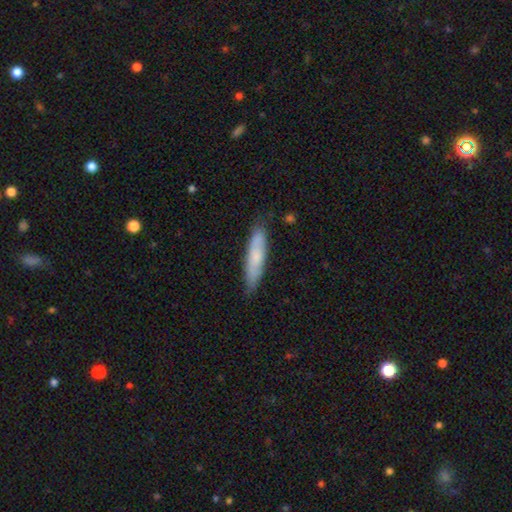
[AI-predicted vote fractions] A smooth galaxy with no disk features (70%) that is cigar-shaped (80%).

Vote fractions:
- Smooth or featured? smooth: 70% / featured or disk: 24% / star or artifact: 6%
- How rounded? cigar-shaped: 80% / in between: 19% / round: 1%
- Merging? none: 79% / minor disturbance: 17% / major disturbance: 3% / merger: 2%